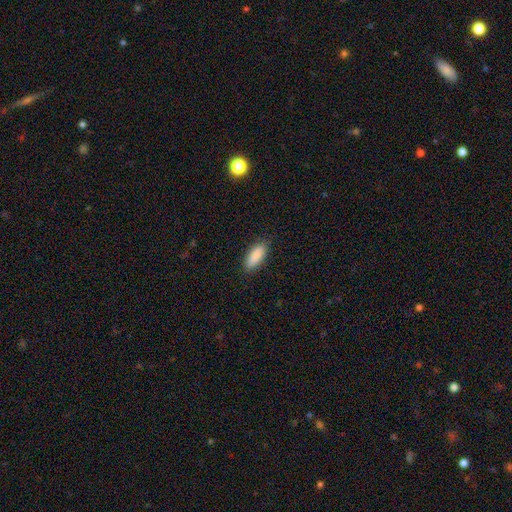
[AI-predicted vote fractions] smooth 88%, star or artifact 6%, featured or disk 6%. Down the decision tree: how rounded — in between (68%); merging — none (86%).